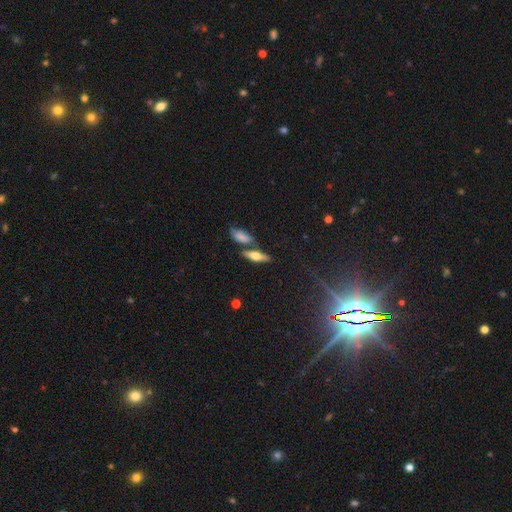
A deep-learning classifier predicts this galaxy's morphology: smooth_or_featured: smooth (p=0.47) [alt: featured or disk p=0.45]
merging: none (p=0.68) [alt: merger p=0.17]